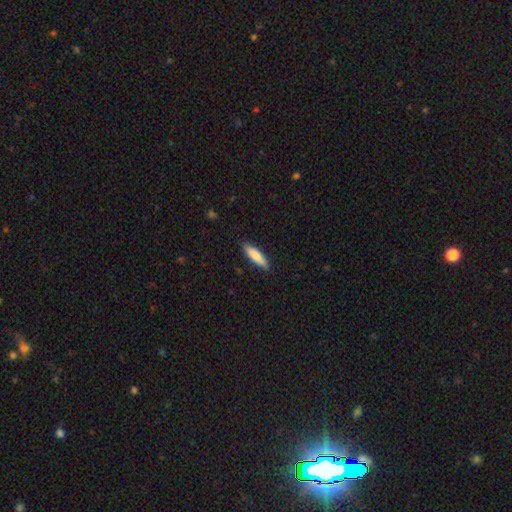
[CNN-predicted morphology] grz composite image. It shows a smooth galaxy with no disk features (83%) that is cigar-shaped (70%). Merging: none (89%).